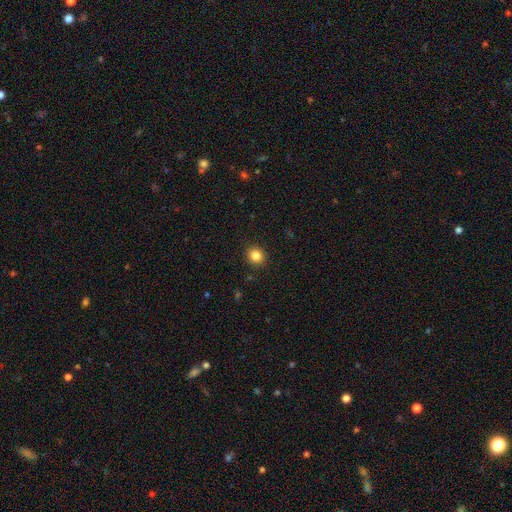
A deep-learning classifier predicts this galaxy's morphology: type=smooth (84%); roundness=round (88%); merging=none (92%).